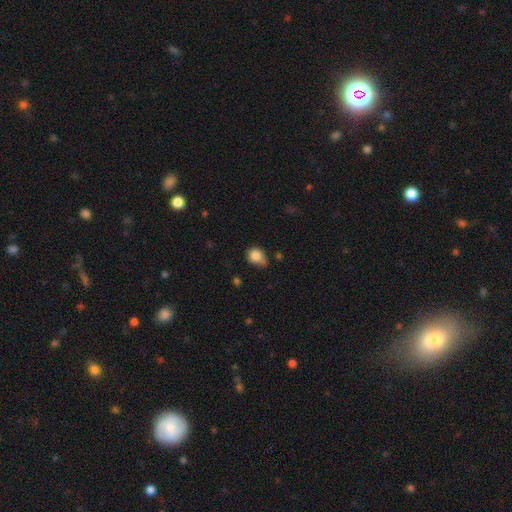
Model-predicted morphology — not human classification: Smooth or featured?
  - smooth: 83% *
  - star or artifact: 10%
  - featured or disk: 7%
How rounded?
  - round: 70% *
  - in between: 29%
  - cigar-shaped: 1%
Merging?
  - none: 49% *
  - minor disturbance: 36%
  - major disturbance: 8%
  - merger: 7%